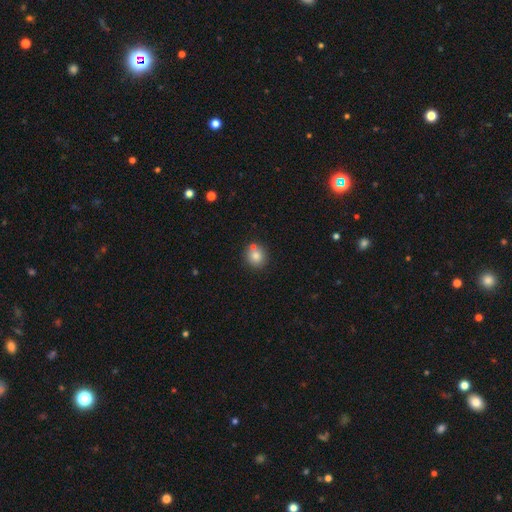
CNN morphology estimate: smooth 80%, star or artifact 10%, featured or disk 10%. Down the decision tree: how rounded — round (88%); merging — none (70%).